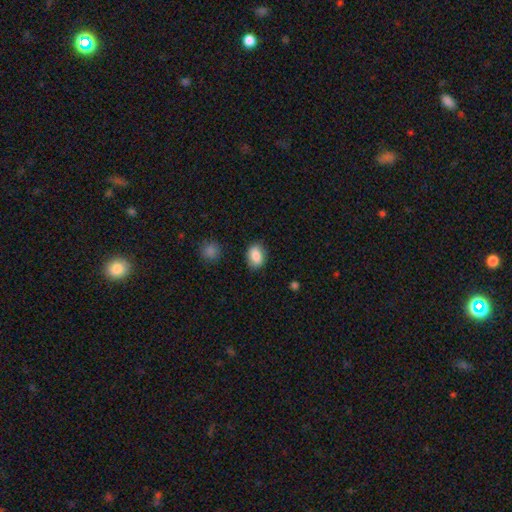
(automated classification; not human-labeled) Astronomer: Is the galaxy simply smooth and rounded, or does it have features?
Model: smooth — 85%.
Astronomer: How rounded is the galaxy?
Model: in between — 78%.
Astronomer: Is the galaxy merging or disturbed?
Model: none — 82%.